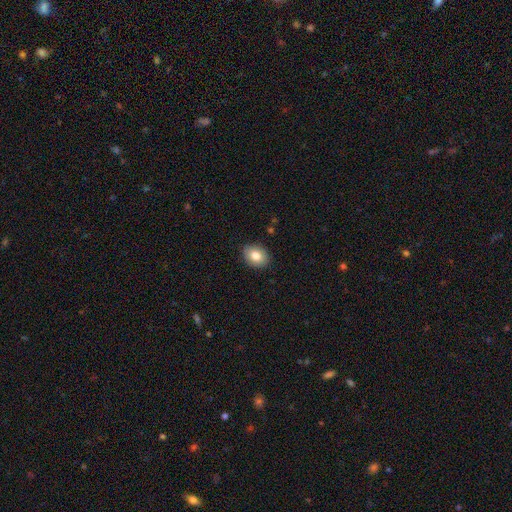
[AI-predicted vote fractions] This appears to be a smooth galaxy with no disk features (82%) that is in between round and cigar-shaped (68%). Merging: none (88%).